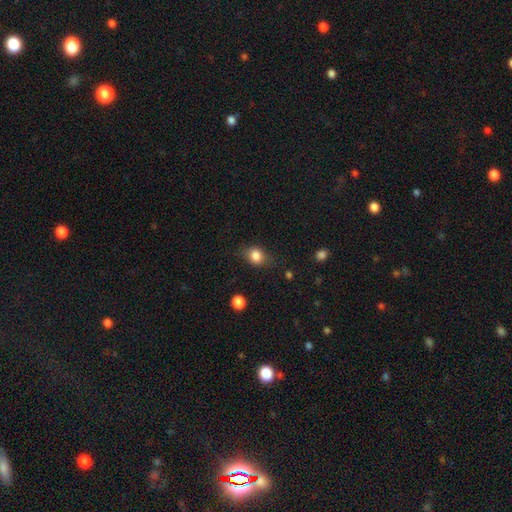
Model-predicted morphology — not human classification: This appears to be a smooth galaxy with no disk features (81%) that is round (50%). Merging: none (73%).